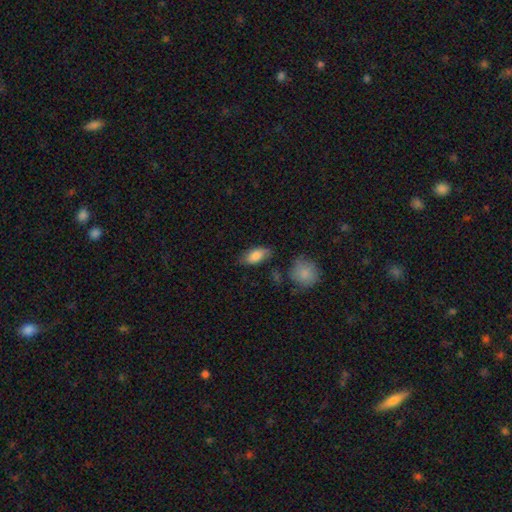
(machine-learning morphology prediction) smooth-or-featured: smooth: 82% | featured or disk: 11% | star or artifact: 7%
  how-rounded: in between: 90% | cigar-shaped: 6% | round: 4%
  merging: none: 72% | minor disturbance: 19% | major disturbance: 5% | merger: 4%